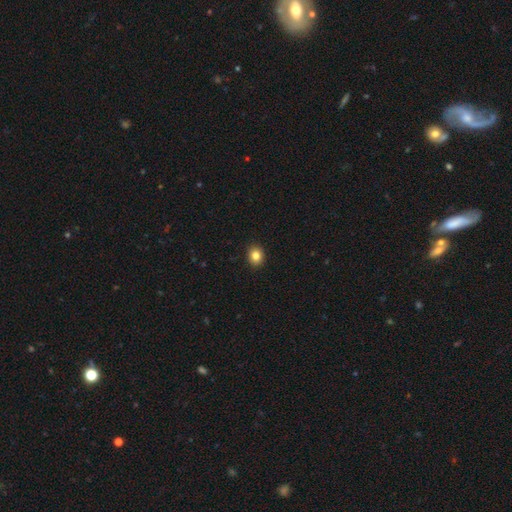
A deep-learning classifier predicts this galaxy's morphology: Smooth or featured?
  - smooth: 84% *
  - star or artifact: 10%
  - featured or disk: 6%
How rounded?
  - round: 63% *
  - in between: 37%
  - cigar-shaped: 1%
Merging?
  - none: 92% *
  - minor disturbance: 6%
  - major disturbance: 1%
  - merger: 1%